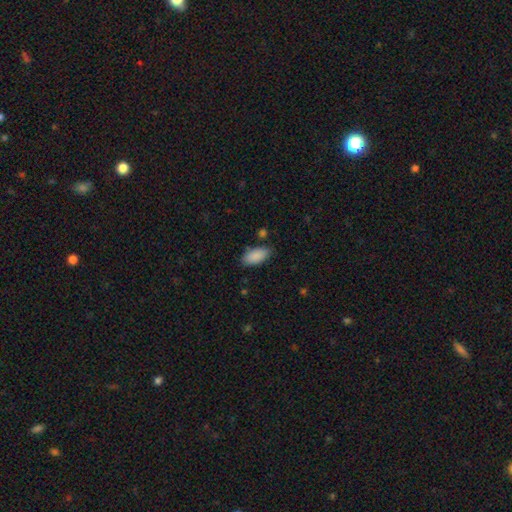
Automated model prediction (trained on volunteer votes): This is clearly a smooth galaxy (89%). How rounded: clearly in between (92%). Merging: clearly none (80%).